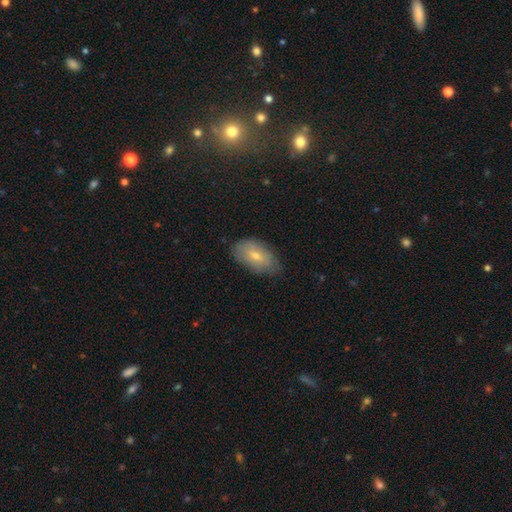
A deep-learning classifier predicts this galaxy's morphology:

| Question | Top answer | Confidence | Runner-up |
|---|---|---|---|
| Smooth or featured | smooth | 66% | featured or disk (26%) |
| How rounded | in between | 92% | round (5%) |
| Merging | none | 75% | minor disturbance (20%) |